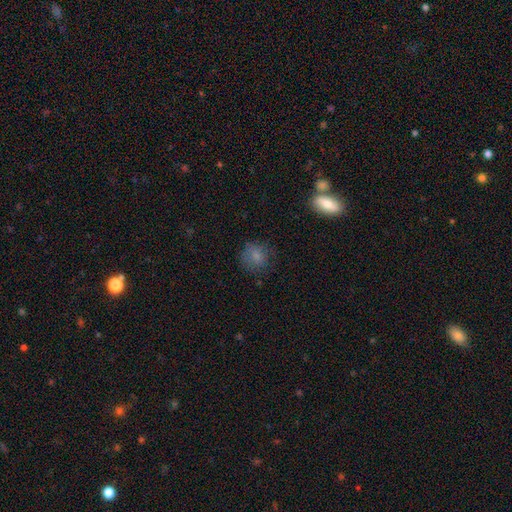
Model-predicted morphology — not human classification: The model was most divided on "merging": none: 74%, minor disturbance: 18%, major disturbance: 6%, merger: 2%. More confident: how rounded — round (86%); smooth or featured — smooth (79%).